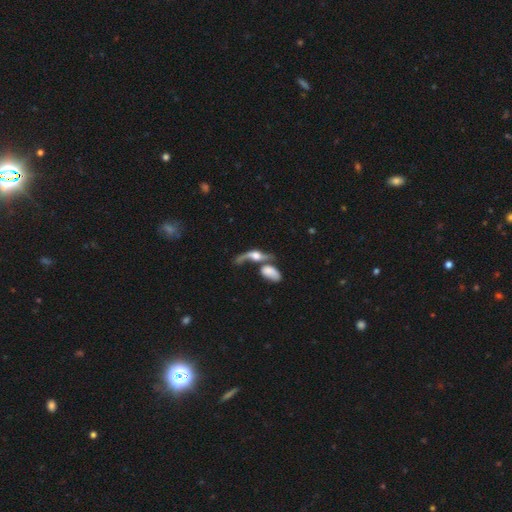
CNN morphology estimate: Smooth or featured? Predicted: featured or disk (p=0.65). Edge-on disk? Predicted: no (p=0.65). Merging? Predicted: merger (p=0.46).